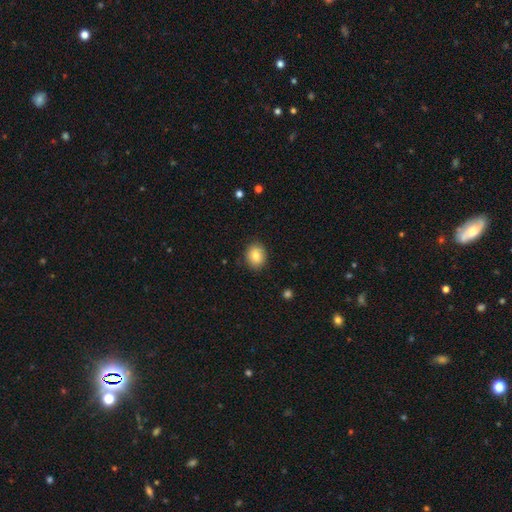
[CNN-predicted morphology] Smooth or featured? smooth (83%)
How rounded? round (63%)
Merging? none (87%)